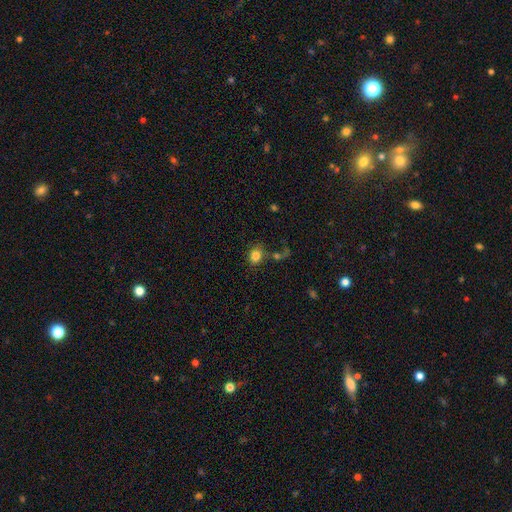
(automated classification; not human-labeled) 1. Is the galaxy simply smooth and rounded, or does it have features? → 83% smooth, 10% star or artifact, 7% featured or disk.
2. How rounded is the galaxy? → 55% round, 44% in between, 1% cigar-shaped.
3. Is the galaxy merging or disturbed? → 61% none, 15% merger, 14% minor disturbance, 9% major disturbance.